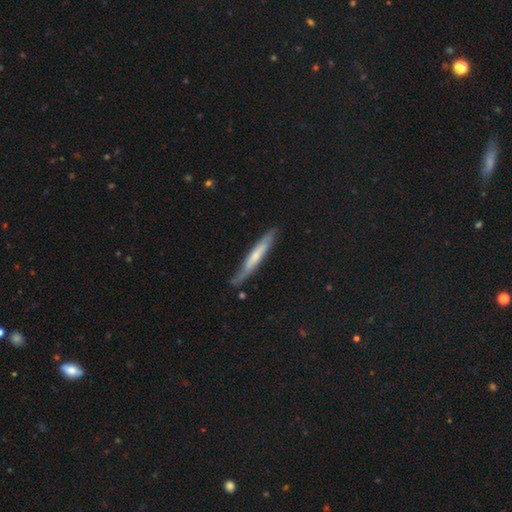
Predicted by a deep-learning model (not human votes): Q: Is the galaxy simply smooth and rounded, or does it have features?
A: featured or disk — 49%.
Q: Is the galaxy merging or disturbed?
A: none — 73%.